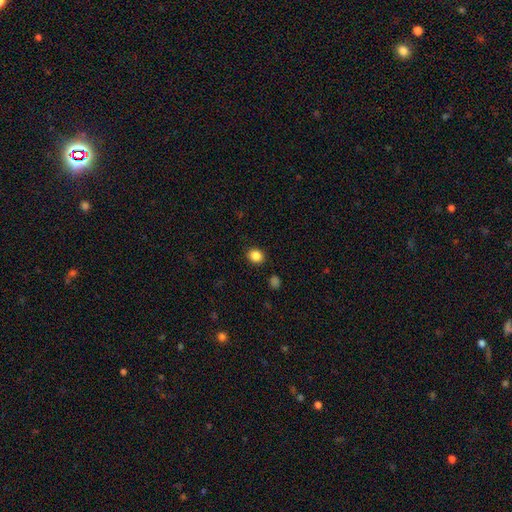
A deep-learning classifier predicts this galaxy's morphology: Smooth or featured? smooth (86%)
How rounded? round (67%)
Merging? none (89%)